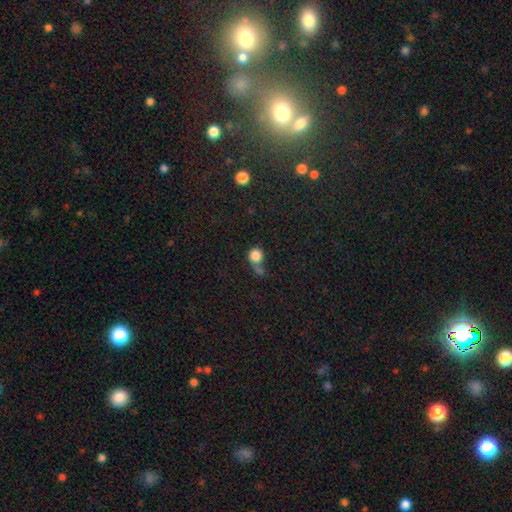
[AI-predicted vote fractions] This is clearly a smooth galaxy (81%). How rounded: clearly round (84%). Merging: marginally none (36%).